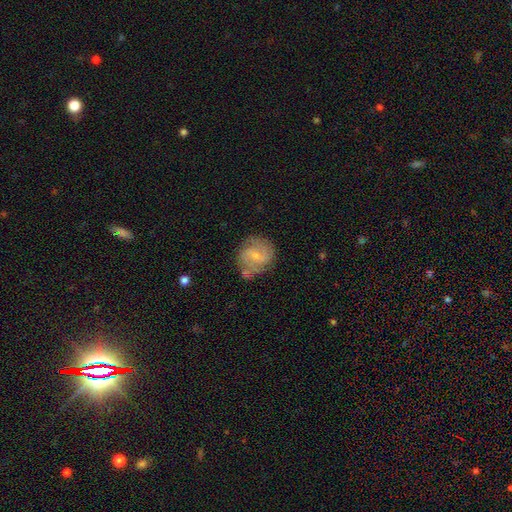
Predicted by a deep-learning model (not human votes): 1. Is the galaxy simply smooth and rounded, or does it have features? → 66% featured or disk, 28% smooth, 6% star or artifact.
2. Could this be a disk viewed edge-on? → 98% no, 2% yes.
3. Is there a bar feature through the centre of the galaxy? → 50% weak, 39% no, 10% strong.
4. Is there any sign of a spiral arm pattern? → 89% yes, 11% no.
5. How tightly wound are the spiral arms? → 47% medium, 33% tight, 19% loose.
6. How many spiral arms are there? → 66% 2, 16% can't tell, 10% 3, 3% 1, 3% 4, 2% more than 4.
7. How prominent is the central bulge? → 67% small, 26% moderate, 5% none, 1% large, 1% dominant.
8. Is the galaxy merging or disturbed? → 63% none, 21% minor disturbance, 8% major disturbance, 7% merger.